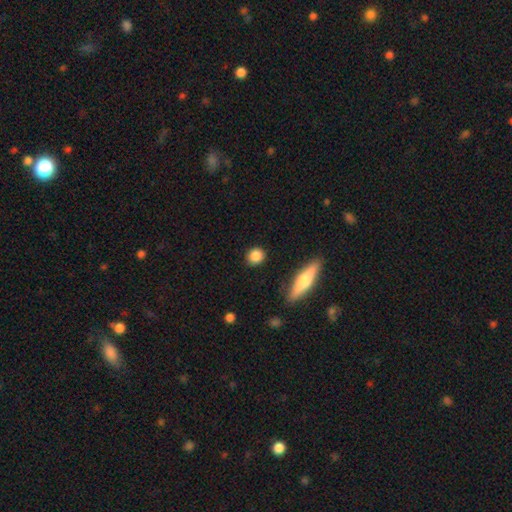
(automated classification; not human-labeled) smooth 85%, star or artifact 8%, featured or disk 7%. Down the decision tree: how rounded — round (80%); merging — none (89%).